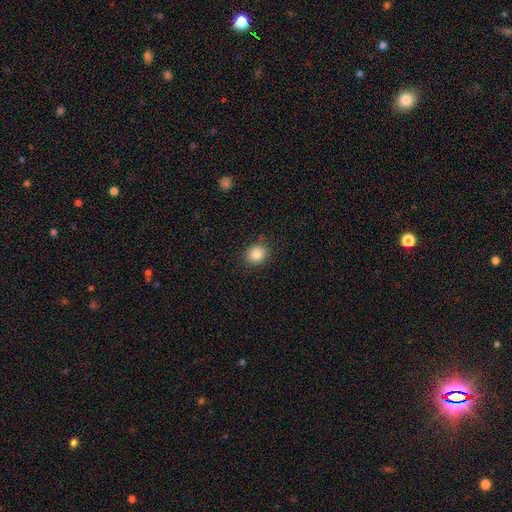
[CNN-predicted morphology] Smooth or featured: smooth — 85% (star or artifact — 10%)
How rounded: round — 73% (in between — 26%)
Merging: none — 88% (minor disturbance — 8%)